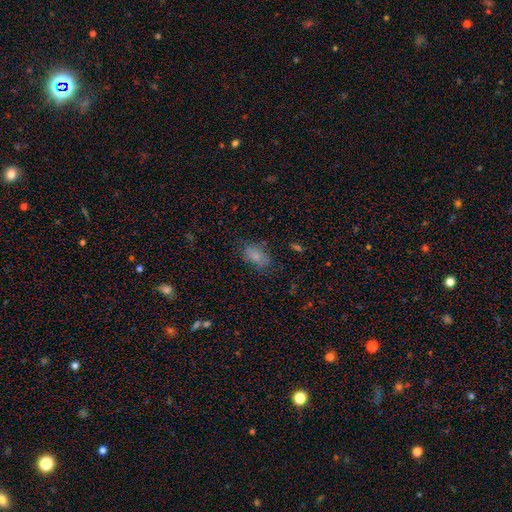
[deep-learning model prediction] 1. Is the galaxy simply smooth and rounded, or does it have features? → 80% smooth, 10% featured or disk, 10% star or artifact.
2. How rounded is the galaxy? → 89% in between, 8% round, 2% cigar-shaped.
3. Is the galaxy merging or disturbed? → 72% none, 20% minor disturbance, 6% major disturbance, 2% merger.